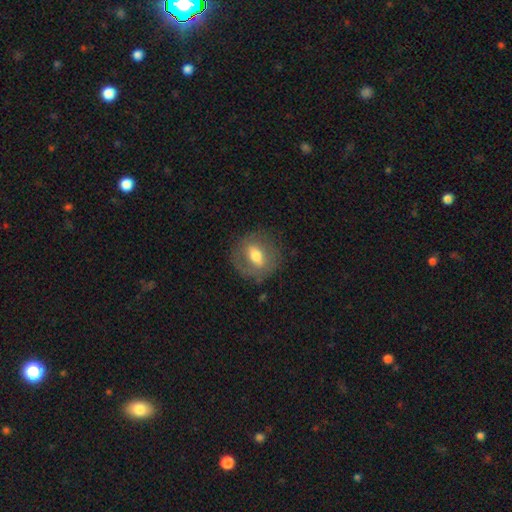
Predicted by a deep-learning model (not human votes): This appears to be a smooth galaxy with no disk features (53%) that is round (59%). Merging: none (77%).